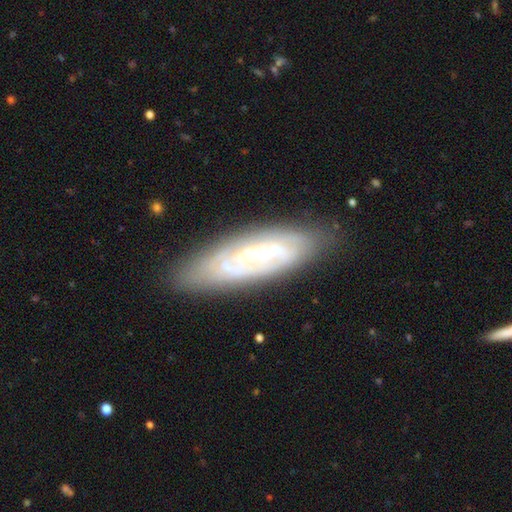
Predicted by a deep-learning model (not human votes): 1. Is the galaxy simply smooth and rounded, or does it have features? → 72% featured or disk, 20% smooth, 8% star or artifact.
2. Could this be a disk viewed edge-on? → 78% no, 22% yes.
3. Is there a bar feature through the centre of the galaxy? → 37% strong, 36% weak, 28% no.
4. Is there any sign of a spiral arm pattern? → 71% yes, 29% no.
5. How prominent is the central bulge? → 56% small, 26% moderate, 13% none, 4% large, 2% dominant.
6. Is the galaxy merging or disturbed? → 77% none, 16% minor disturbance, 5% major disturbance, 2% merger.